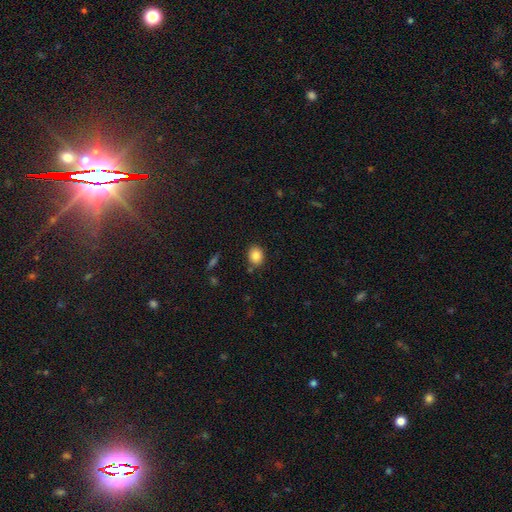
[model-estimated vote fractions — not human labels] The model was most divided on "how rounded": round: 58%, in between: 41%, cigar-shaped: 1%. More confident: smooth or featured — smooth (86%); merging — none (83%).